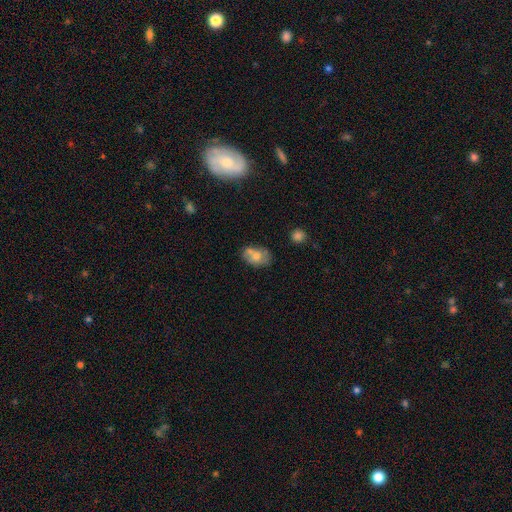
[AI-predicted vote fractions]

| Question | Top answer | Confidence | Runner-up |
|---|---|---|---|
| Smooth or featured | smooth | 61% | featured or disk (30%) |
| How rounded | in between | 77% | round (22%) |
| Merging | none | 48% | merger (23%) |